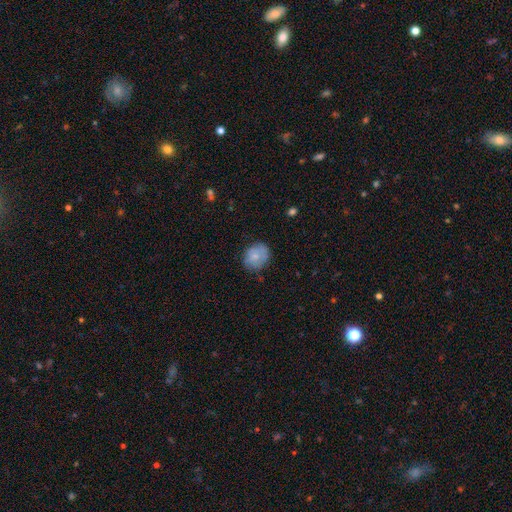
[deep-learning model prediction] Q: Smooth or featured?
A: smooth (70%); runner-up: featured or disk (22%)
Q: How rounded?
A: round (58%); runner-up: in between (41%)
Q: Merging?
A: none (69%); runner-up: minor disturbance (23%)